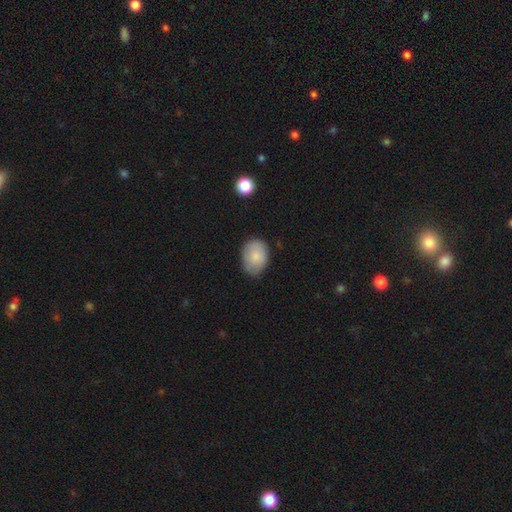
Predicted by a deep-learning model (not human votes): Morphology: type=smooth (82%); roundness=in between (70%); merging=none (70%).